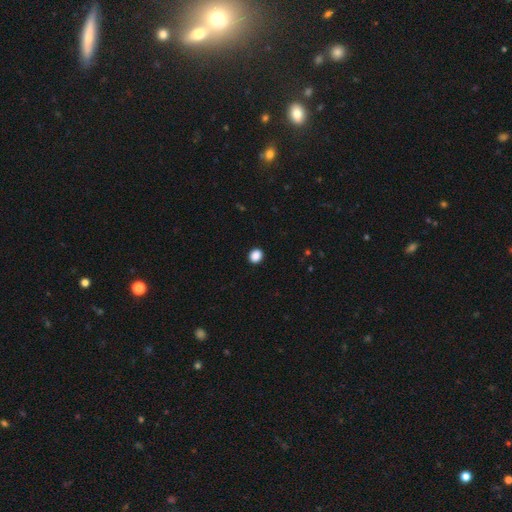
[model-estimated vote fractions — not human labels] smooth 88%, star or artifact 10%, featured or disk 2%. Down the decision tree: how rounded — round (68%); merging — none (92%).